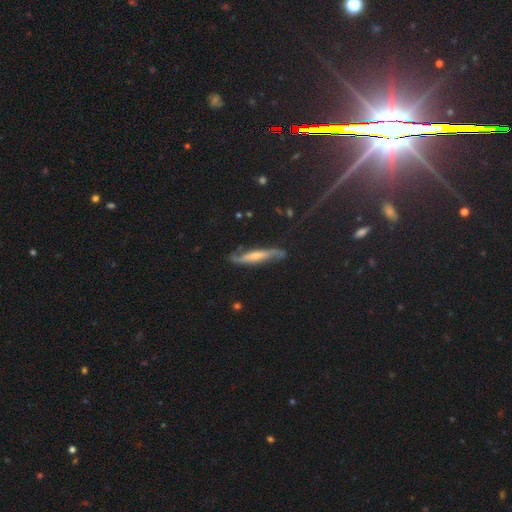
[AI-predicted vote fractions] smooth-or-featured: featured or disk: 71% | smooth: 19% | star or artifact: 10%
  disk-edge-on: no: 53% | yes: 47%
  merging: none: 74% | minor disturbance: 18% | major disturbance: 5% | merger: 2%